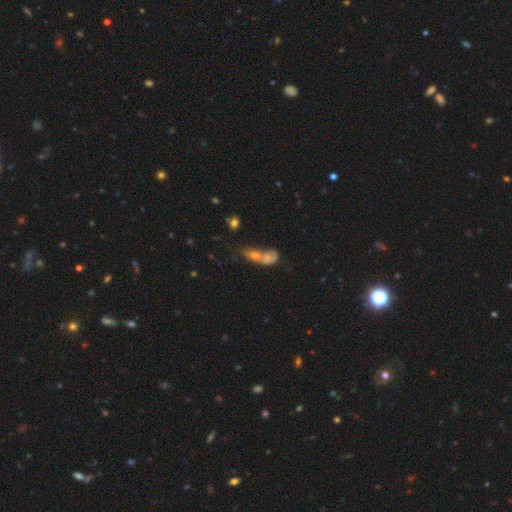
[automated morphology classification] A smooth galaxy with no disk features (50%). Merging: merger (59%).